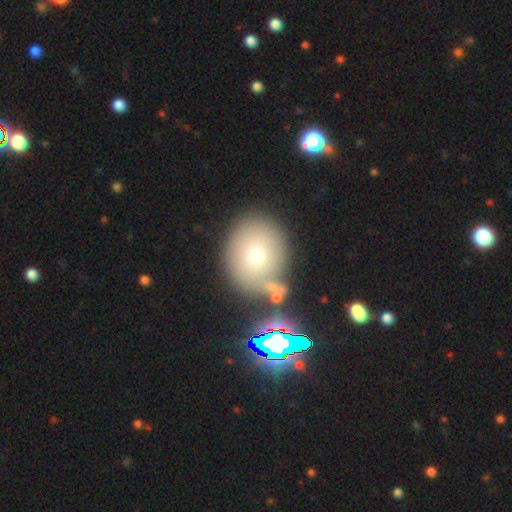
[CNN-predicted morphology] Smooth or featured? smooth (66%)
How rounded? round (68%)
Merging? none (65%)